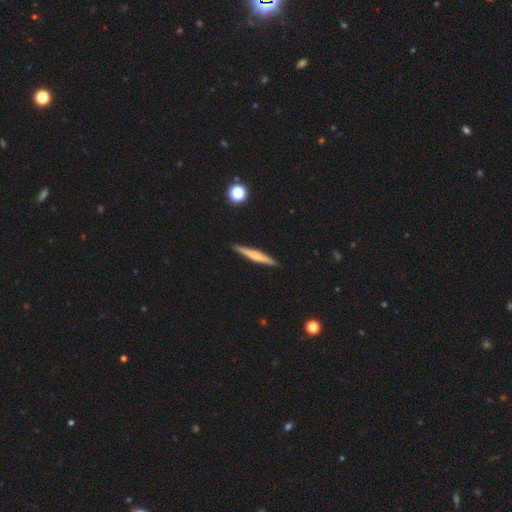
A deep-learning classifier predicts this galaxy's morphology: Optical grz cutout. It shows a featured or disk galaxy (48%). Merging: none (91%).